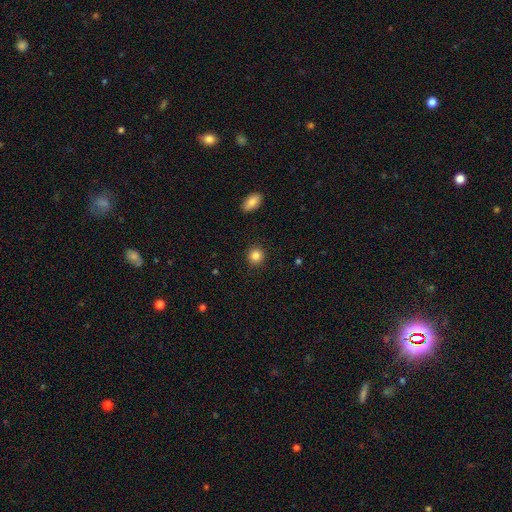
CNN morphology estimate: This is clearly a smooth galaxy (85%). How rounded: clearly round (89%). Merging: clearly none (90%).